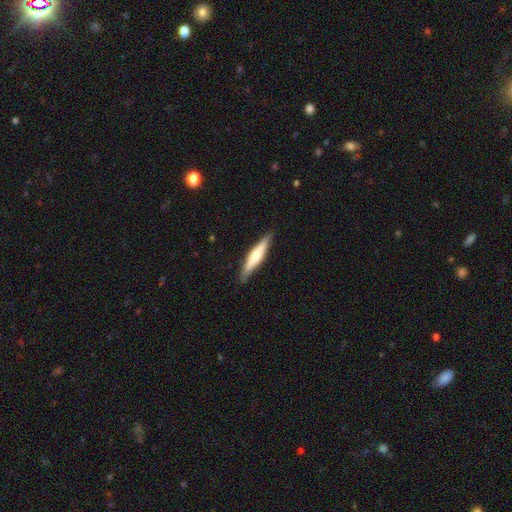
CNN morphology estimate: Smooth or featured: smooth — 52% (featured or disk — 43%)
How rounded: cigar-shaped — 85% (in between — 14%)
Merging: none — 86% (minor disturbance — 11%)